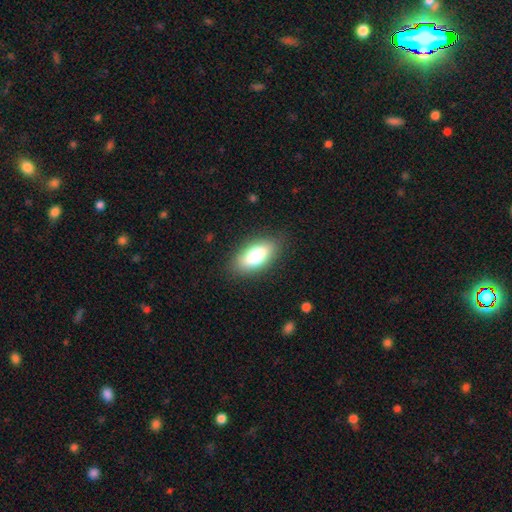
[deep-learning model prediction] smooth 77%, featured or disk 16%, star or artifact 7%. Down the decision tree: how rounded — in between (87%); merging — none (86%).